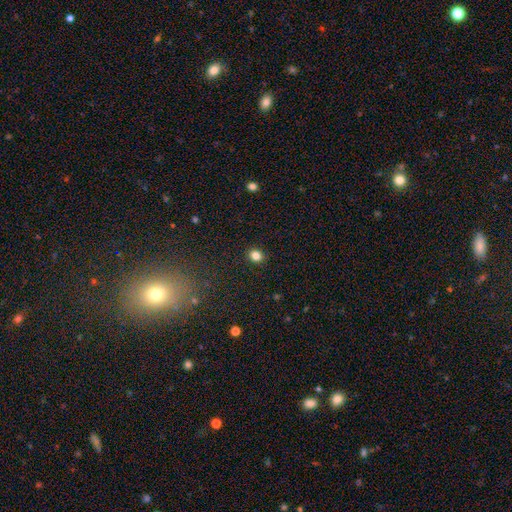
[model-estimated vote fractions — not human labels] A smooth galaxy with no disk features (84%) that is round (61%). Merging: none (91%).